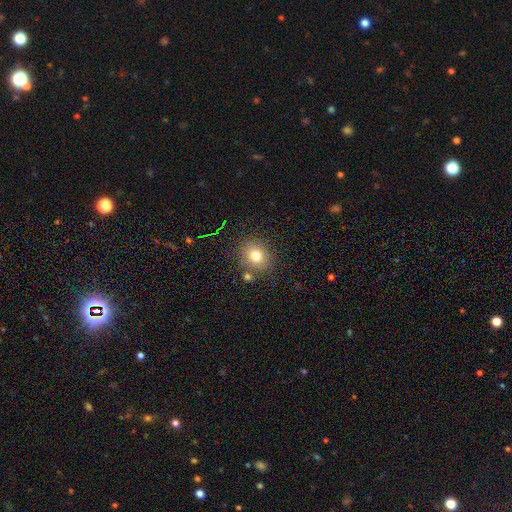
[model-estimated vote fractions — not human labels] This appears to be a smooth galaxy with no disk features (77%) that is round (76%). Merging: none (78%).